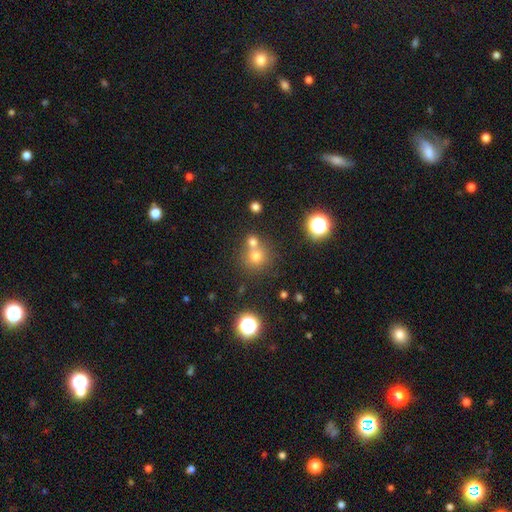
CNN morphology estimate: Smooth or featured? Predicted: smooth (p=0.68). How rounded? Predicted: round (p=0.89). Merging? Predicted: none (p=0.54).